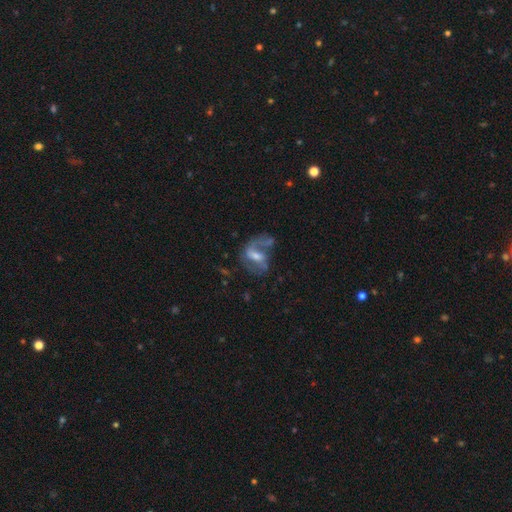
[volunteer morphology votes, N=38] Overall: featured or disk (74%). Edge-on disk: no (100%). Bar: no (36%; strong 32%). Spiral arms: yes (71%). Spiral arm count: 2 (55%; can't tell 25%). Spiral winding: loose (60%; medium 35%). Bulge size: moderate (57%; small 21%). Merging: major disturbance (37%; merger 24%).